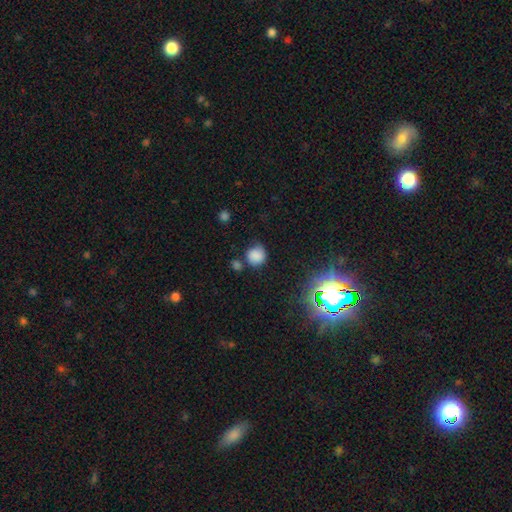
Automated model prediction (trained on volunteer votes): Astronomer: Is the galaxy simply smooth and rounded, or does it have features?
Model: smooth — 78%.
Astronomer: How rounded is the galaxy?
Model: round — 85%.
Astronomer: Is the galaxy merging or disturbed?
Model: none — 62%.